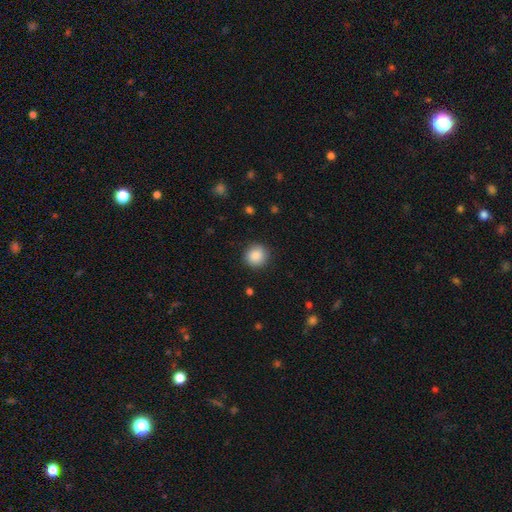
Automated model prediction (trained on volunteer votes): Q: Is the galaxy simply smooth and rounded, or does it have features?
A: smooth — 88%.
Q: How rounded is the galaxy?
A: round — 92%.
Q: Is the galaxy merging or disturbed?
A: none — 89%.